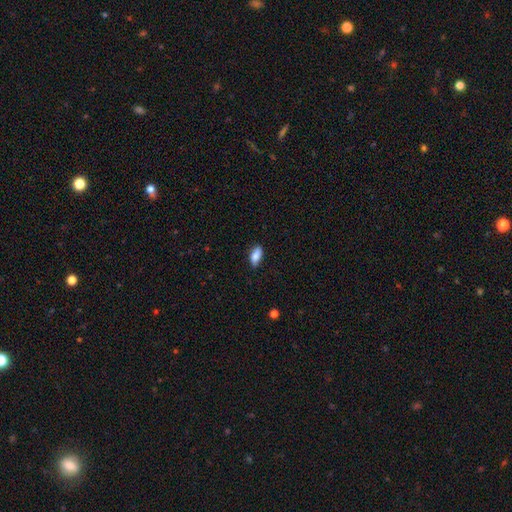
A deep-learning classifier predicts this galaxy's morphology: smooth 84%, featured or disk 9%, star or artifact 7%. Down the decision tree: how rounded — in between (83%); merging — none (81%).